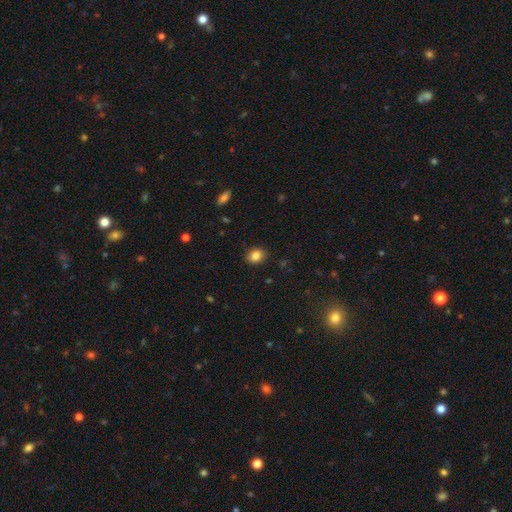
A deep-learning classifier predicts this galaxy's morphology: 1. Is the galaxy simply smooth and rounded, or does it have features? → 85% smooth, 10% star or artifact, 5% featured or disk.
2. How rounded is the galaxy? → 50% round, 49% in between, 1% cigar-shaped.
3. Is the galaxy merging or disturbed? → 86% none, 11% minor disturbance, 3% major disturbance, 1% merger.